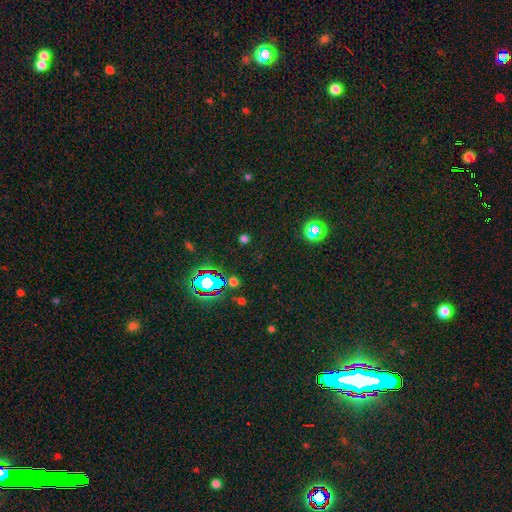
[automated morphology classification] A star or artifact, not a galaxy (77%).